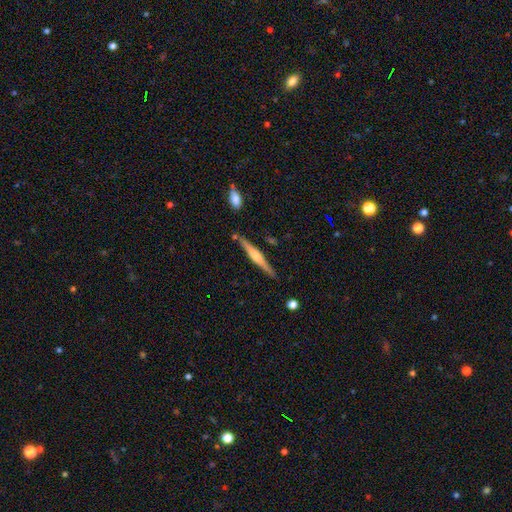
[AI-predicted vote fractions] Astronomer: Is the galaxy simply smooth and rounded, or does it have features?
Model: featured or disk — 66%.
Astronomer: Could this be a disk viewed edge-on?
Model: yes — 97%.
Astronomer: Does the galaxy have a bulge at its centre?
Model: rounded — 73%.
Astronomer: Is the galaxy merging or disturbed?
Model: none — 85%.